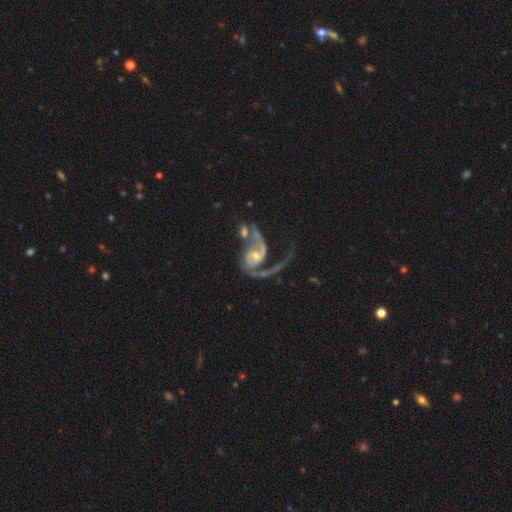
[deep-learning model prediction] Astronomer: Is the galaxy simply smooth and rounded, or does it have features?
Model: featured or disk — 88%.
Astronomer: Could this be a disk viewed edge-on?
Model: no — 98%.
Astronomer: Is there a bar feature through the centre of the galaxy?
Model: no — 47% (runner-up: weak, 41%).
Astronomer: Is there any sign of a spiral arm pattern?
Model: yes — 96%.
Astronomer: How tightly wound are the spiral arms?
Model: loose — 44% (runner-up: medium, 41%).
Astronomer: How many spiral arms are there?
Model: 2 — 73%.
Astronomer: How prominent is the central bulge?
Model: small — 51% (runner-up: moderate, 37%).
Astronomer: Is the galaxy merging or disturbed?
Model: major disturbance — 35% (runner-up: merger, 27%).